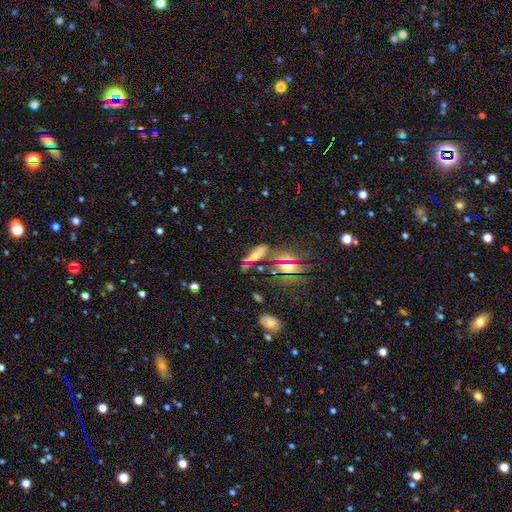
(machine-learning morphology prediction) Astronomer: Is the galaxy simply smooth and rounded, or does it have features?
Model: smooth — 41% (runner-up: star or artifact, 31%).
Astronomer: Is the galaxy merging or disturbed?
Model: none — 48%.